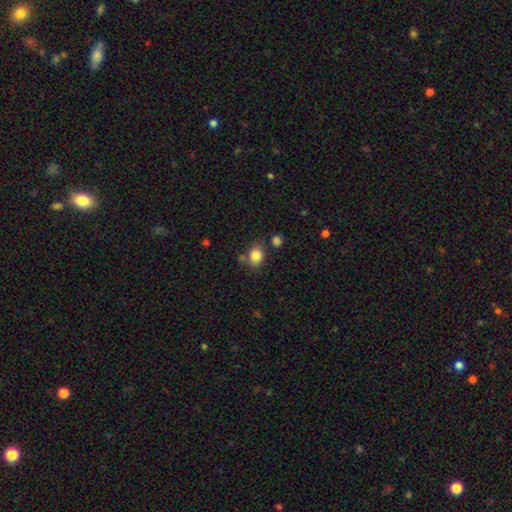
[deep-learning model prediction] smooth-or-featured: smooth: 83% | star or artifact: 10% | featured or disk: 7%
  how-rounded: in between: 51% | round: 48% | cigar-shaped: 1%
  merging: none: 69% | minor disturbance: 16% | merger: 10% | major disturbance: 5%